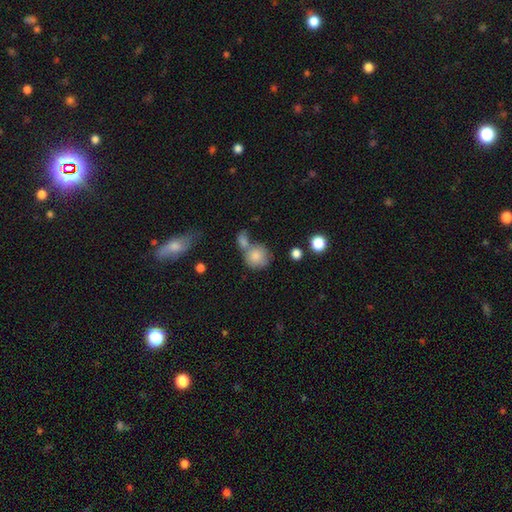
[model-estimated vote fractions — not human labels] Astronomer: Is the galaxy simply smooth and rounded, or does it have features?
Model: smooth — 82%.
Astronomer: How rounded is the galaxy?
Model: round — 83%.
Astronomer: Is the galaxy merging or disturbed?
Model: merger — 42% (runner-up: none, 39%).